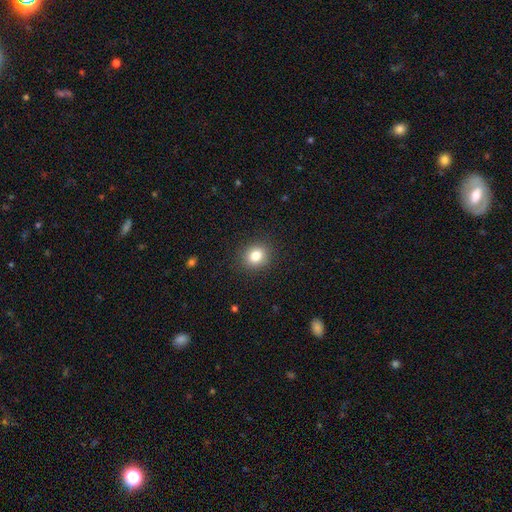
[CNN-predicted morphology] type=smooth (82%); roundness=round (75%); merging=none (89%).